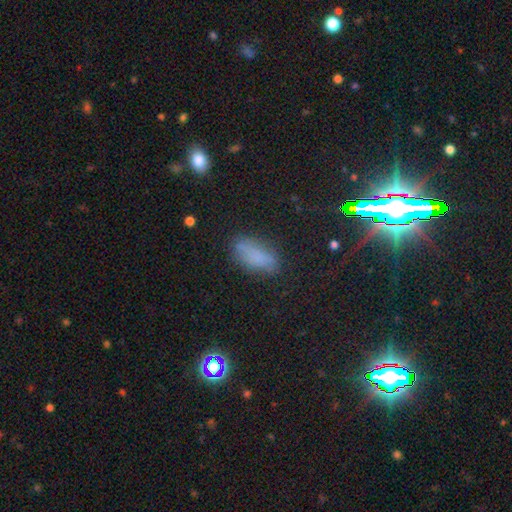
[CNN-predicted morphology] Smooth or featured?
  - smooth: 68% *
  - star or artifact: 20%
  - featured or disk: 12%
How rounded?
  - in between: 84% *
  - cigar-shaped: 12%
  - round: 4%
Merging?
  - none: 71% *
  - minor disturbance: 19%
  - major disturbance: 7%
  - merger: 3%